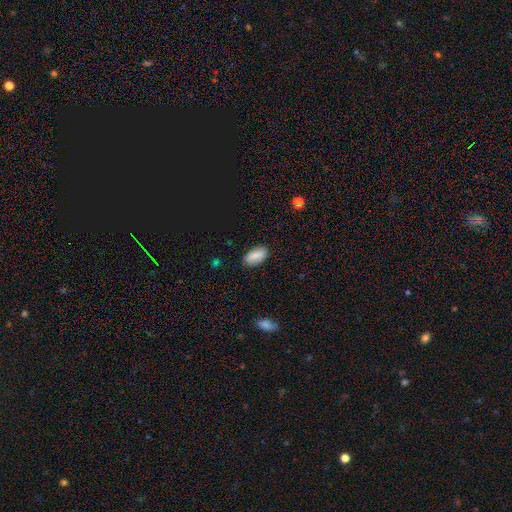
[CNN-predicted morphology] Smooth or featured?
  - smooth: 86% *
  - star or artifact: 7%
  - featured or disk: 7%
How rounded?
  - in between: 92% *
  - cigar-shaped: 6%
  - round: 3%
Merging?
  - none: 85% *
  - minor disturbance: 11%
  - major disturbance: 2%
  - merger: 1%